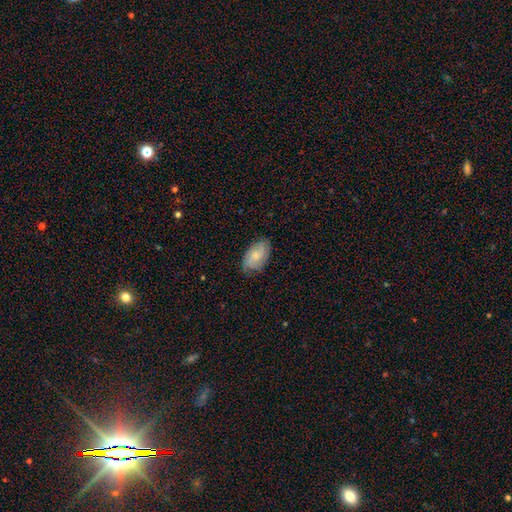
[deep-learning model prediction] This is likely a smooth galaxy (63%). How rounded: clearly in between (93%). Merging: likely none (77%).